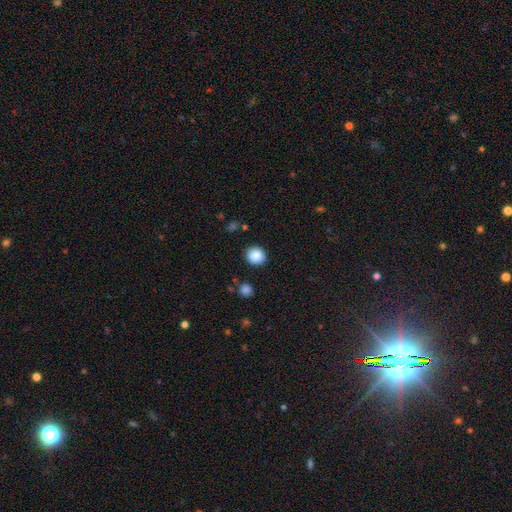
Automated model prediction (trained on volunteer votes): Smooth or featured? Predicted: smooth (p=0.88). How rounded? Predicted: round (p=0.84). Merging? Predicted: none (p=0.89).